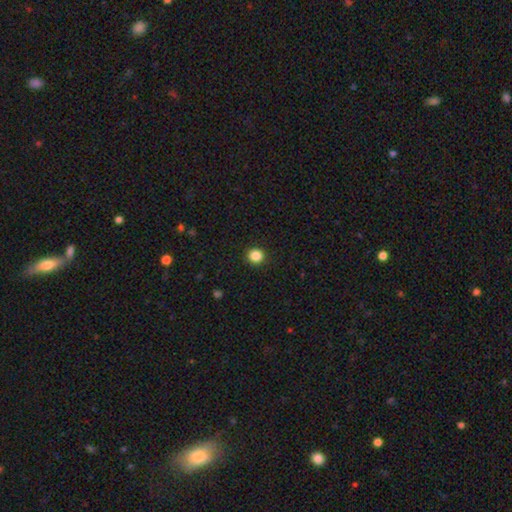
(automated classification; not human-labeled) smooth 86%, star or artifact 11%, featured or disk 3%. Down the decision tree: how rounded — round (92%); merging — none (93%).